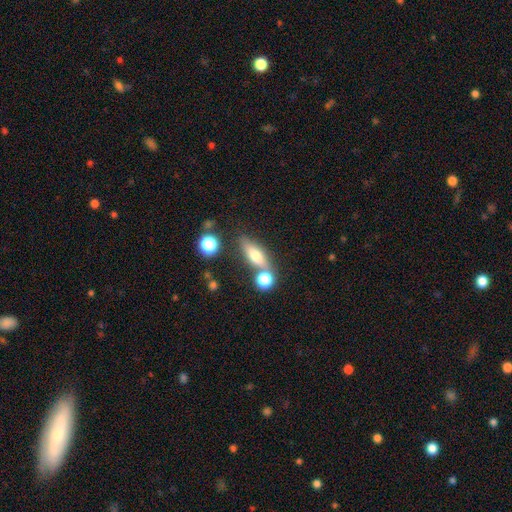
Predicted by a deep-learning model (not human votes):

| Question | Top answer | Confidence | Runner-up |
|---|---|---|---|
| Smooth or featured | smooth | 59% | featured or disk (31%) |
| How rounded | in between | 50% | cigar-shaped (42%) |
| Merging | none | 63% | merger (19%) |